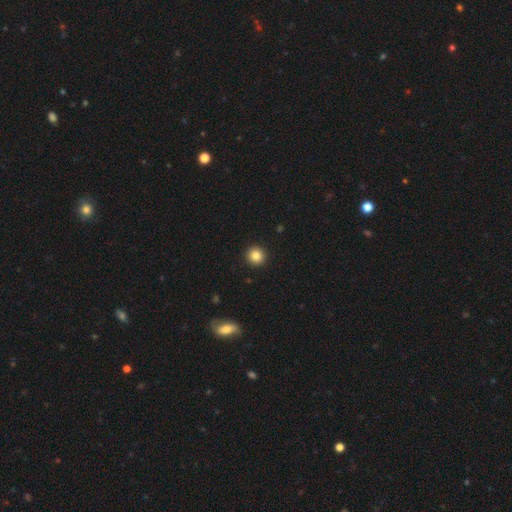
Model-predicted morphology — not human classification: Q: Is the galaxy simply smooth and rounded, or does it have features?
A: smooth — 84%.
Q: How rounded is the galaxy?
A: round — 93%.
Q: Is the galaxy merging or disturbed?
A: none — 93%.